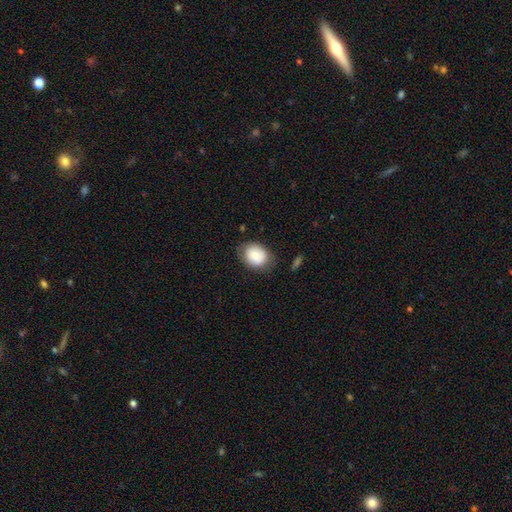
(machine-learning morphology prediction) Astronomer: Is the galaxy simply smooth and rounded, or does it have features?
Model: smooth — 74%.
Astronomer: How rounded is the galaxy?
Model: in between — 53% (runner-up: round, 46%).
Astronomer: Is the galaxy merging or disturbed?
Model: none — 70%.